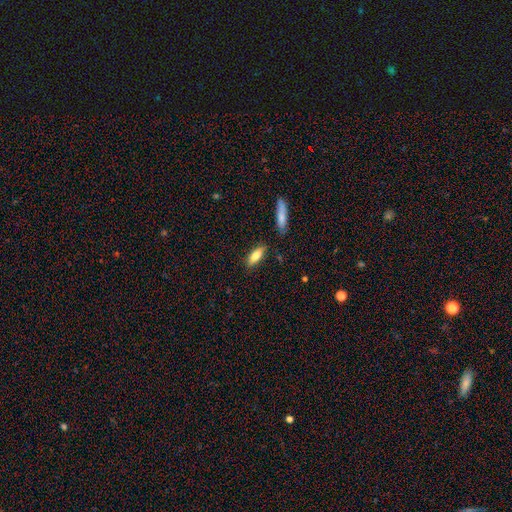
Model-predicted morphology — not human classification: Q: Smooth or featured?
A: smooth (78%); runner-up: featured or disk (16%)
Q: How rounded?
A: in between (64%); runner-up: cigar-shaped (34%)
Q: Merging?
A: none (81%); runner-up: minor disturbance (12%)